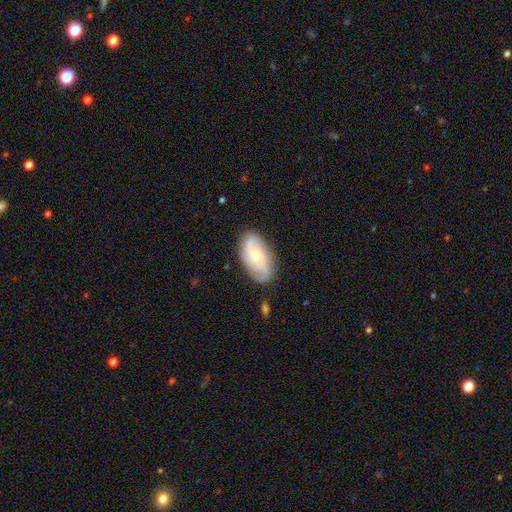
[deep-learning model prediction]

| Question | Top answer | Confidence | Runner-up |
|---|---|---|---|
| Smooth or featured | featured or disk | 68% | smooth (26%) |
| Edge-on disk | no | 95% | yes (5%) |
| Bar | no | 67% | weak (29%) |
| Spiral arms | yes | 91% | no (9%) |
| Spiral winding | medium | 42% | tight (35%) |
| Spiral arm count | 2 | 44% | can't tell (23%) |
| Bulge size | small | 51% | moderate (45%) |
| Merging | none | 77% | minor disturbance (17%) |